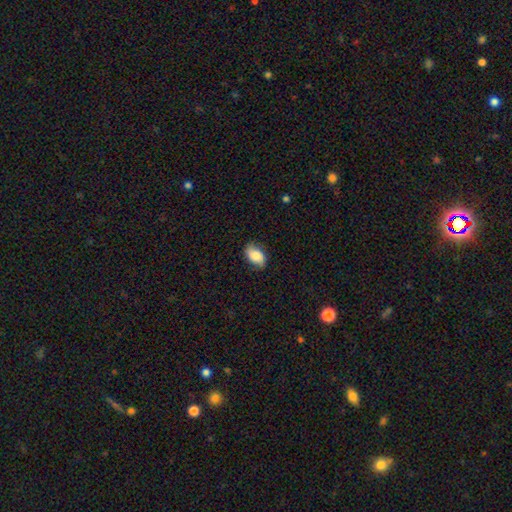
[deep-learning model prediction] A smooth galaxy with no disk features (77%) that is in between round and cigar-shaped (90%).

Vote fractions:
- Smooth or featured? smooth: 77% / featured or disk: 16% / star or artifact: 7%
- How rounded? in between: 90% / round: 8% / cigar-shaped: 2%
- Merging? none: 77% / minor disturbance: 18% / major disturbance: 4% / merger: 1%